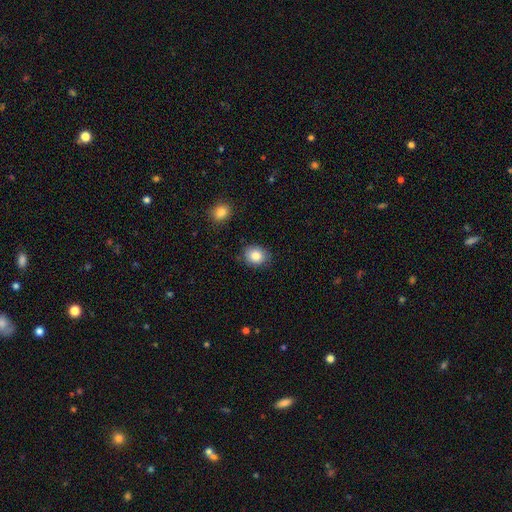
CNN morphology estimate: A smooth galaxy with no disk features (84%) that is round (64%).

Vote fractions:
- Smooth or featured? smooth: 84% / star or artifact: 9% / featured or disk: 7%
- How rounded? round: 64% / in between: 35% / cigar-shaped: 1%
- Merging? none: 83% / minor disturbance: 12% / major disturbance: 3% / merger: 2%